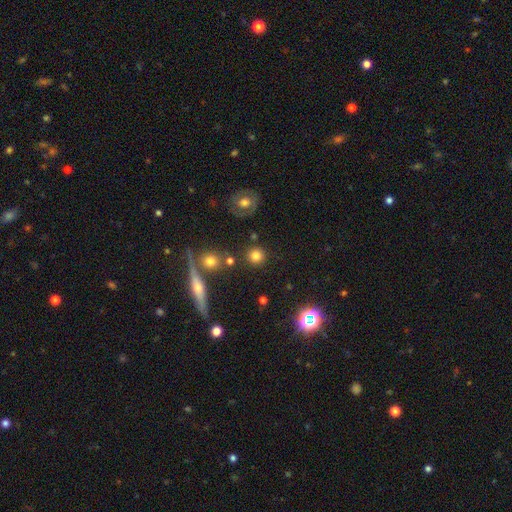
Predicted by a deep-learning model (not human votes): Smooth or featured: smooth — 79% (star or artifact — 13%)
How rounded: round — 93% (in between — 6%)
Merging: none — 86% (minor disturbance — 7%)